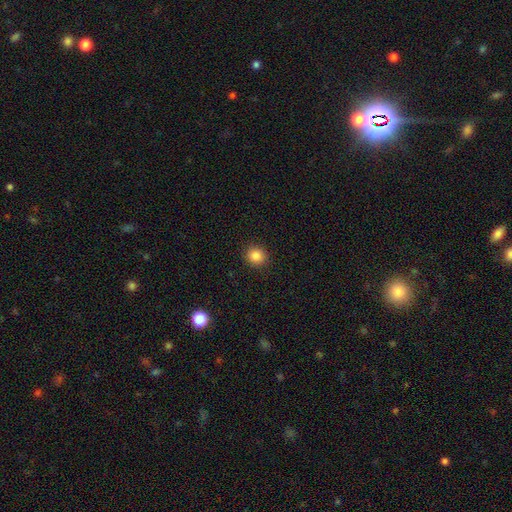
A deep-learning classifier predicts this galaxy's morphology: Smooth or featured?
  - smooth: 86% *
  - star or artifact: 11%
  - featured or disk: 4%
How rounded?
  - round: 85% *
  - in between: 14%
  - cigar-shaped: 1%
Merging?
  - none: 91% *
  - minor disturbance: 6%
  - major disturbance: 2%
  - merger: 1%